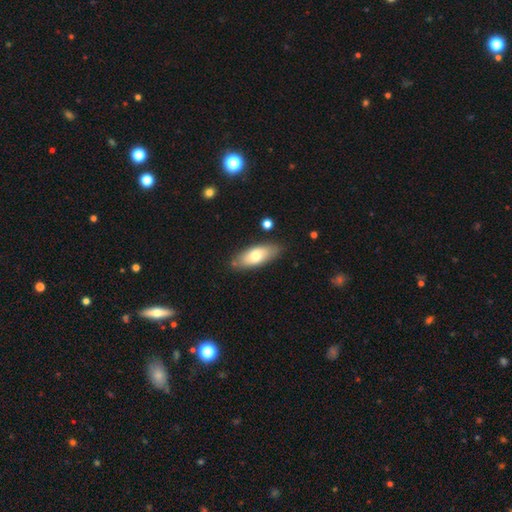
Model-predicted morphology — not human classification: Smooth or featured?
  - smooth: 69% *
  - featured or disk: 25%
  - star or artifact: 6%
How rounded?
  - in between: 80% *
  - cigar-shaped: 18%
  - round: 2%
Merging?
  - none: 81% *
  - minor disturbance: 13%
  - merger: 3%
  - major disturbance: 3%